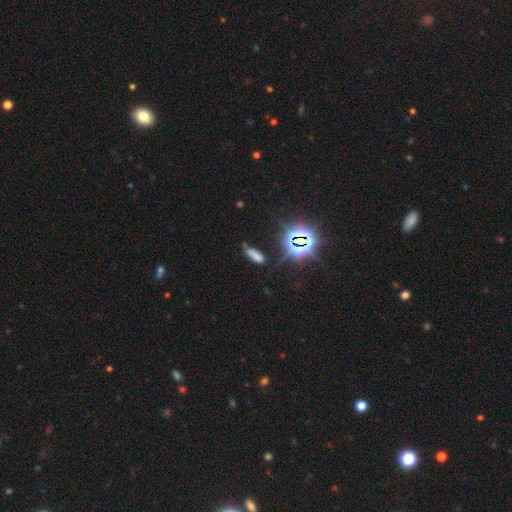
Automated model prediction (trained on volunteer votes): The model was most divided on "smooth or featured": smooth: 59%, star or artifact: 31%, featured or disk: 9%. More confident: merging — none (65%); how rounded — in between (65%).